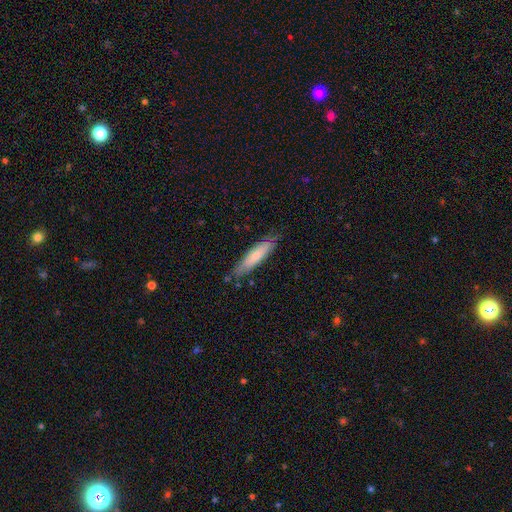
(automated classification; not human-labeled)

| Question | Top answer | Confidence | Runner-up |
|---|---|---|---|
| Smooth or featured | smooth | 70% | featured or disk (25%) |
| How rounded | cigar-shaped | 79% | in between (20%) |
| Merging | none | 79% | minor disturbance (17%) |